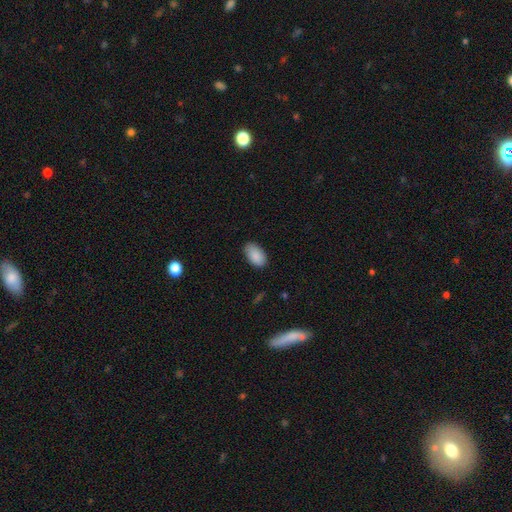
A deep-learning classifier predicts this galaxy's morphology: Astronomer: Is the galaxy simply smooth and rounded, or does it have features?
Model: smooth — 89%.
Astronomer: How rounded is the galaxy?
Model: in between — 93%.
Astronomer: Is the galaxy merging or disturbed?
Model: none — 80%.